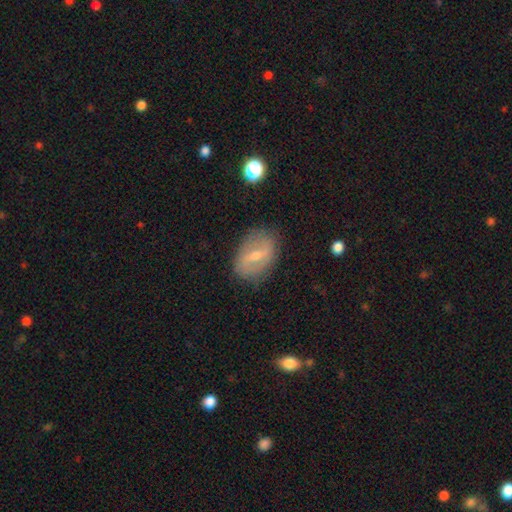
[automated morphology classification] type=featured or disk (57%); edge-on=no (92%); bar=weak (45%); spiral arms=no (50%, tied with yes); bulge=small (51%); merging=none (80%).